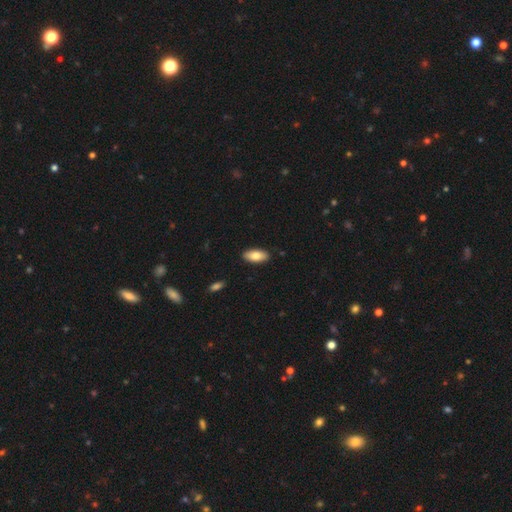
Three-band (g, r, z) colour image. It shows a smooth galaxy with no disk features (79%) that is in between round and cigar-shaped (81%). Merging: none (90%).